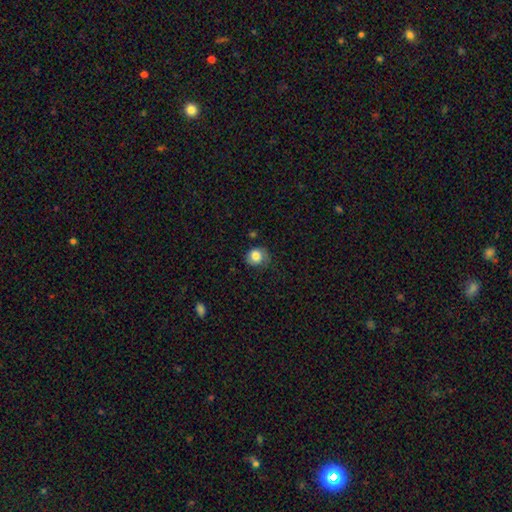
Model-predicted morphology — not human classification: A smooth galaxy with no disk features (81%) that is round (76%). Merging: none (62%).